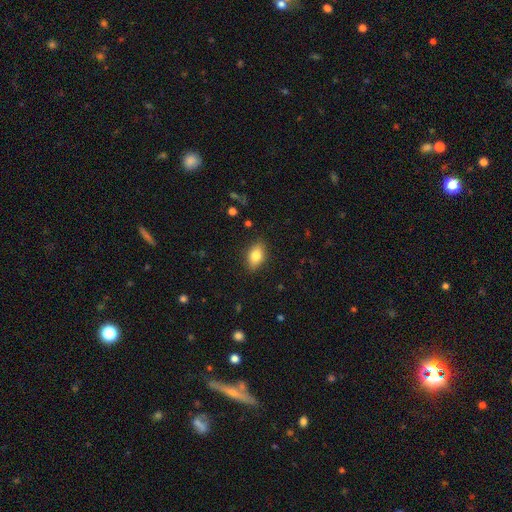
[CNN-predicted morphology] Overall: smooth (79%). How rounded: in between (87%). Merging: none (86%).